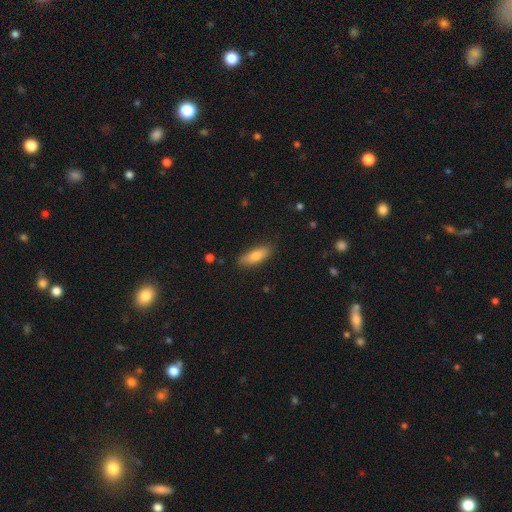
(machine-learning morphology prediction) type=smooth (78%); roundness=in between (65%); merging=none (85%).